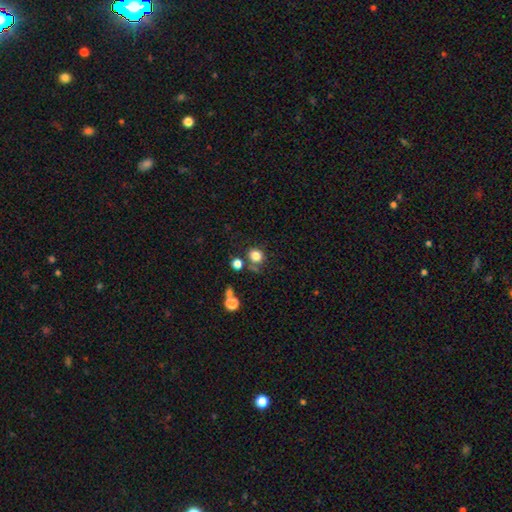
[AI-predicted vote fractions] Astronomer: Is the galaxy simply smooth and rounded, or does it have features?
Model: smooth — 81%.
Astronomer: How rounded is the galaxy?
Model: round — 77%.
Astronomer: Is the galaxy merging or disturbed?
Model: none — 66%.